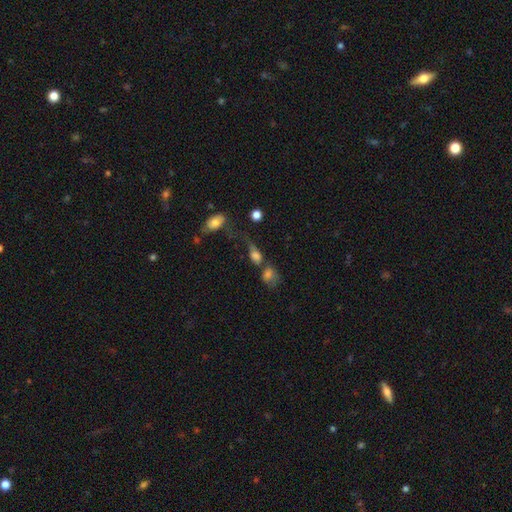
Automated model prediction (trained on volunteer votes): The model was most divided on "merging": merger: 41%, none: 25%, major disturbance: 19%, minor disturbance: 15%. More confident: how rounded — in between (62%); smooth or featured — smooth (62%).